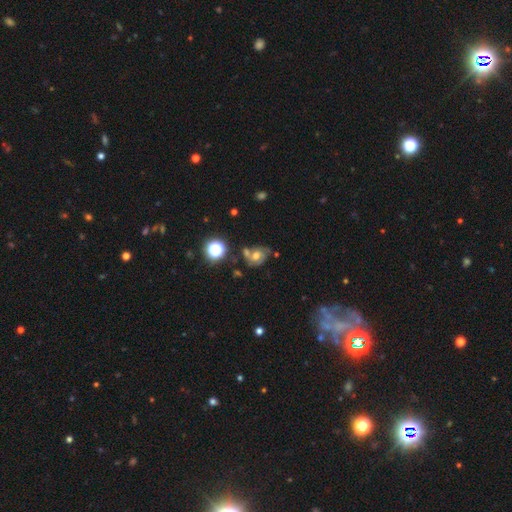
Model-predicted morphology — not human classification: A featured or disk galaxy (43%). Merging: none (46%).